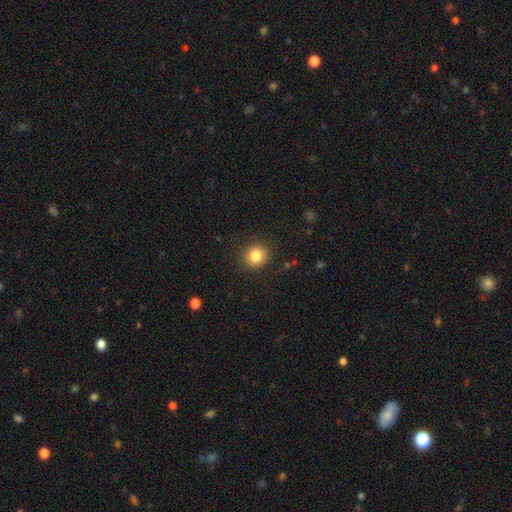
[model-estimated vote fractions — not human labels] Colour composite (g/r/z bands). It shows a smooth galaxy with no disk features (84%) that is round (81%). Merging: none (88%).